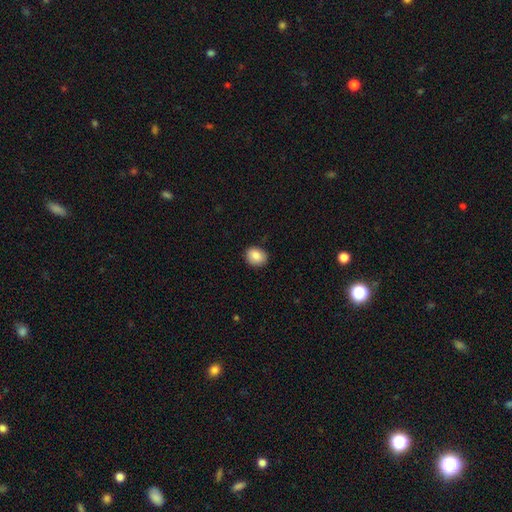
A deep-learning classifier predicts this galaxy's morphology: type=smooth (87%); roundness=round (53%); merging=none (87%).